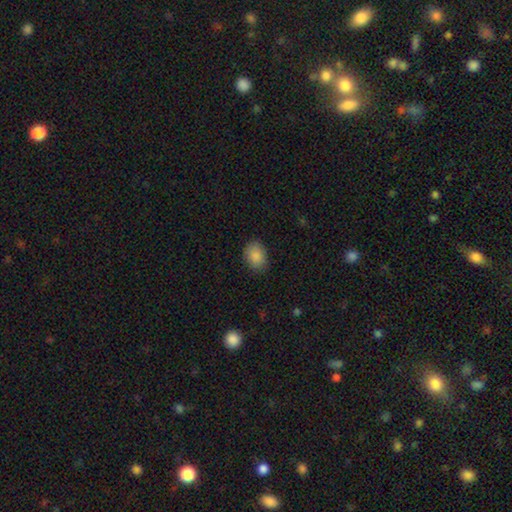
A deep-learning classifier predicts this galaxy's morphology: This is clearly a smooth galaxy (87%). How rounded: likely in between (69%). Merging: clearly none (85%).